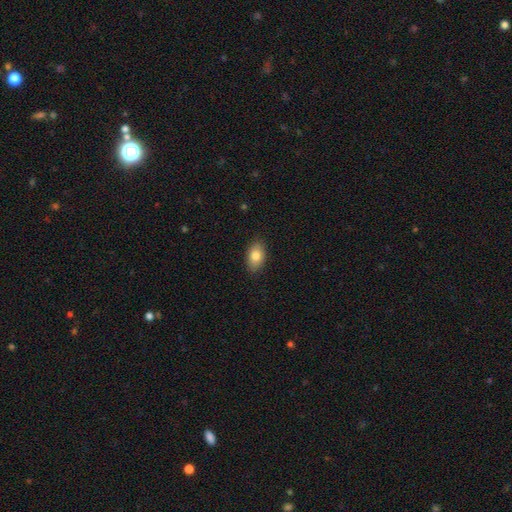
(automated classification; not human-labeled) The model was most divided on "smooth or featured": smooth: 81%, featured or disk: 12%, star or artifact: 7%. More confident: how rounded — in between (90%); merging — none (88%).